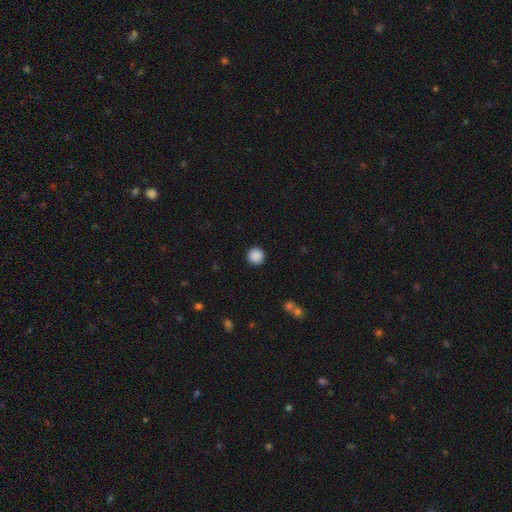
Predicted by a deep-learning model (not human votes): This is clearly a smooth galaxy (89%). How rounded: clearly round (96%). Merging: clearly none (93%).